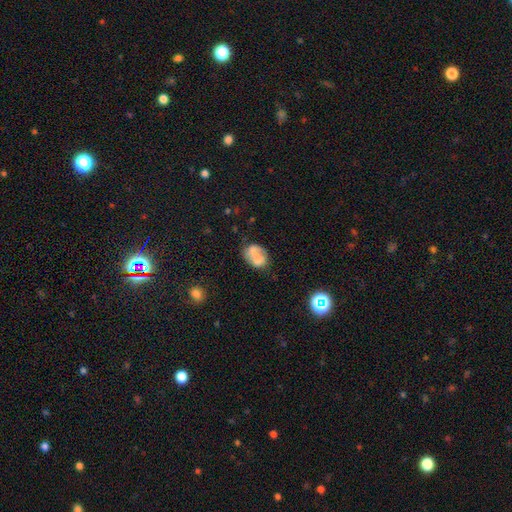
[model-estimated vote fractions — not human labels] Overall: smooth (65%). How rounded: in between (73%). Merging: none (48%; minor disturbance 27%).